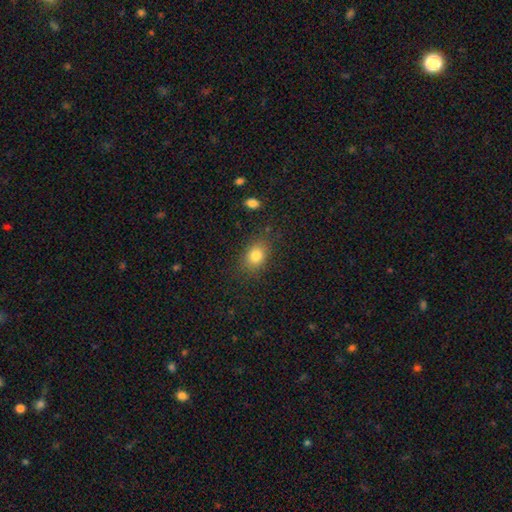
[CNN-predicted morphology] The model was most divided on "how rounded": in between: 62%, round: 36%, cigar-shaped: 1%. More confident: smooth or featured — smooth (83%); merging — none (80%).